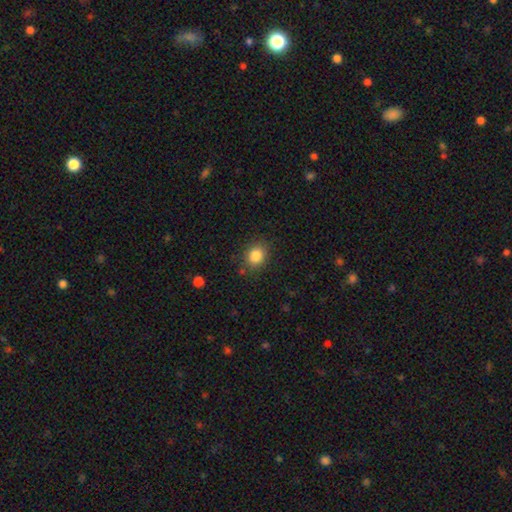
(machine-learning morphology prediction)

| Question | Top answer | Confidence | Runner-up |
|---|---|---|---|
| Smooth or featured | smooth | 84% | star or artifact (10%) |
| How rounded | round | 66% | in between (33%) |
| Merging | none | 84% | minor disturbance (11%) |